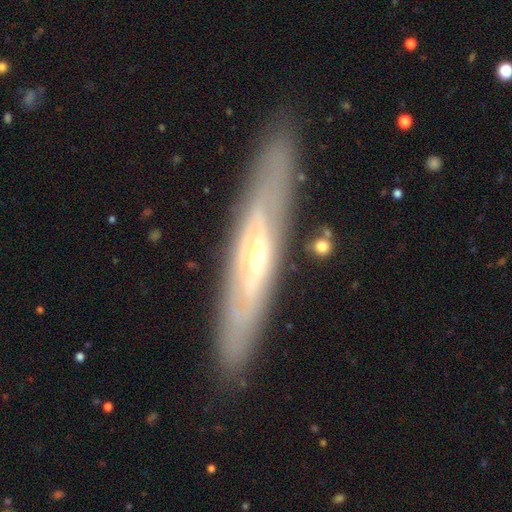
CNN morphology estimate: smooth-or-featured: featured or disk: 75% | smooth: 19% | star or artifact: 7%
  disk-edge-on: yes: 55% | no: 45%
  merging: none: 86% | minor disturbance: 10% | major disturbance: 3% | merger: 2%